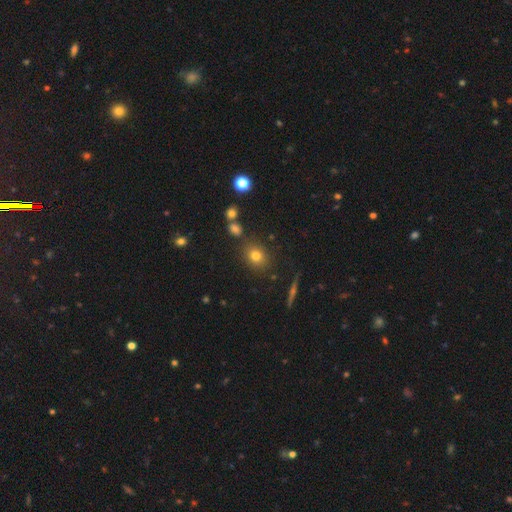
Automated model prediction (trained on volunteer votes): smooth_or_featured: smooth (p=0.75) [alt: star or artifact p=0.14]
how_rounded: round (p=0.68) [alt: in between p=0.30]
merging: none (p=0.81) [alt: minor disturbance p=0.10]